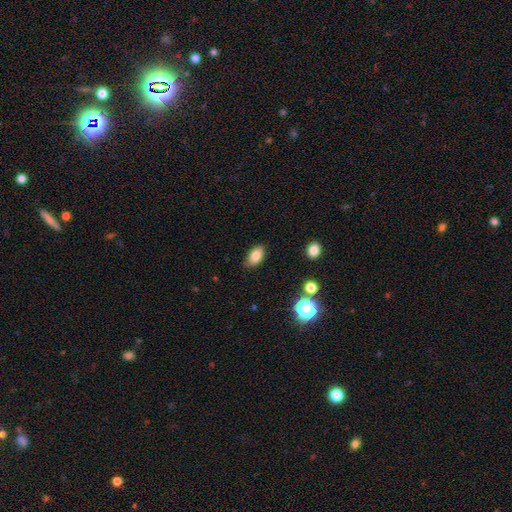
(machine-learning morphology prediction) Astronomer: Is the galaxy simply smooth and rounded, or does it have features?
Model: smooth — 84%.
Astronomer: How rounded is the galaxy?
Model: in between — 90%.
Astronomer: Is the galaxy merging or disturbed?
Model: none — 83%.